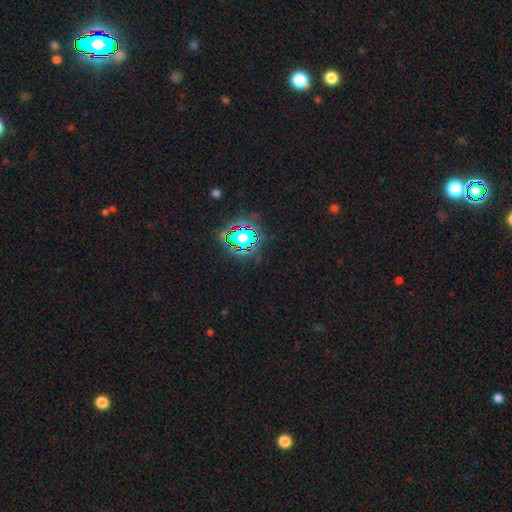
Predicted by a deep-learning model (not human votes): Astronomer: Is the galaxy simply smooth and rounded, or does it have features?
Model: star or artifact — 81%.